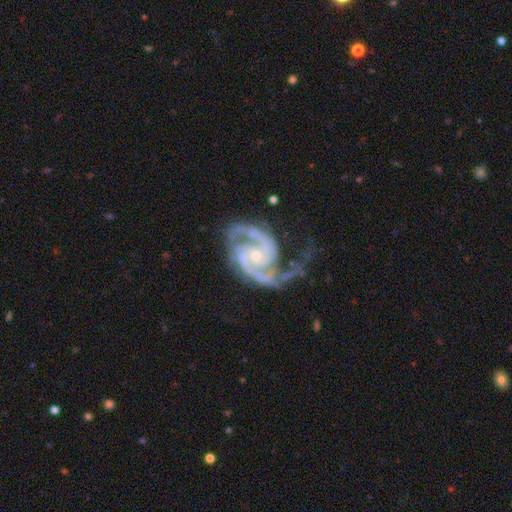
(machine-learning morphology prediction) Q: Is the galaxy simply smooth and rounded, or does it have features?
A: featured or disk — 94%.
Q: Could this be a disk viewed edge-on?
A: no — 98%.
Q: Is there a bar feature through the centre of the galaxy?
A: no — 62%.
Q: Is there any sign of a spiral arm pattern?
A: yes — 99%.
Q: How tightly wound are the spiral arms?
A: medium — 53%.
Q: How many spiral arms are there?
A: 2 — 81%.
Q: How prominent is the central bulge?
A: small — 71%.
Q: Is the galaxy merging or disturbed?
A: none — 55%.